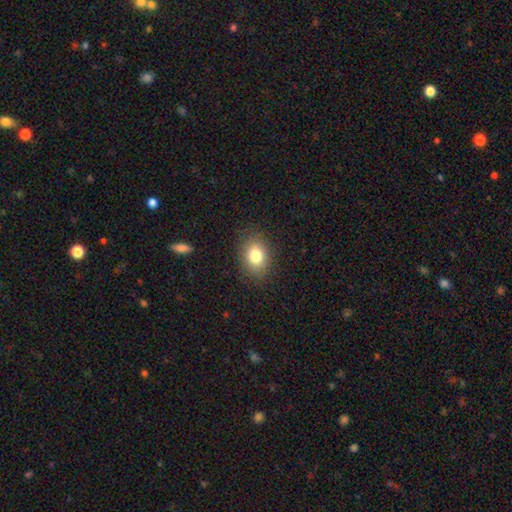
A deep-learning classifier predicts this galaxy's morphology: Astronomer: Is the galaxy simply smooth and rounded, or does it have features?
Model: smooth — 80%.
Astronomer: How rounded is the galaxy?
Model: in between — 65%.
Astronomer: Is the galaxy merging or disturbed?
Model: none — 85%.